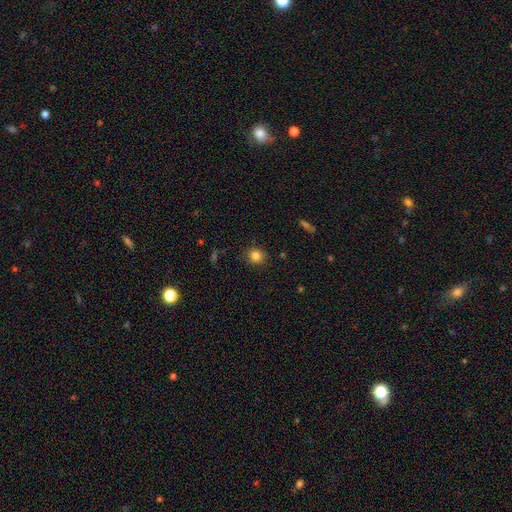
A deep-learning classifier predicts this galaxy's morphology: Smooth or featured: smooth — 83% (star or artifact — 12%)
How rounded: round — 86% (in between — 13%)
Merging: none — 88% (minor disturbance — 8%)